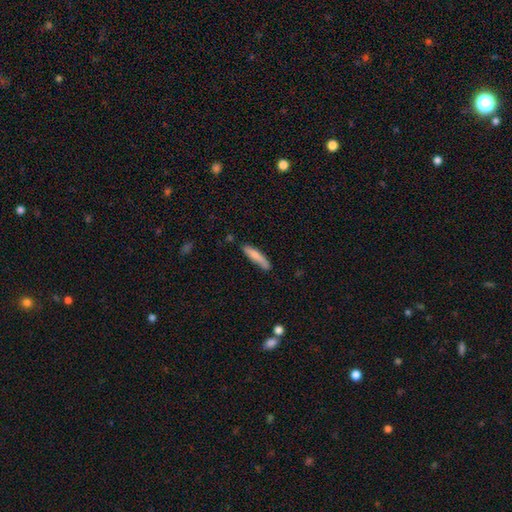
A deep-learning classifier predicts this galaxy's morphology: Smooth or featured? smooth (77%)
How rounded? cigar-shaped (82%)
Merging? none (71%)